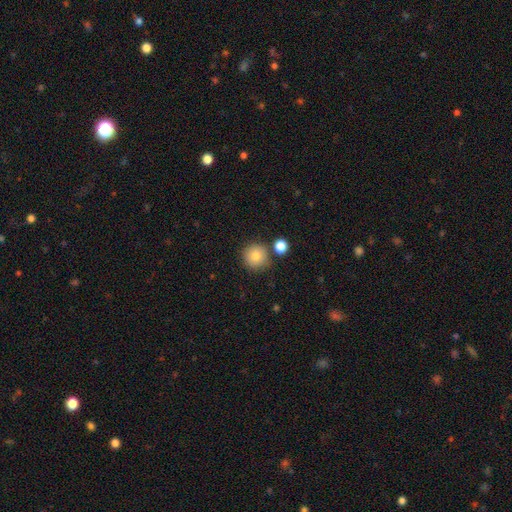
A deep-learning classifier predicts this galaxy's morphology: Smooth or featured?
  - smooth: 81% *
  - star or artifact: 10%
  - featured or disk: 9%
How rounded?
  - round: 94% *
  - in between: 5%
  - cigar-shaped: 1%
Merging?
  - none: 78% *
  - merger: 10%
  - minor disturbance: 9%
  - major disturbance: 3%